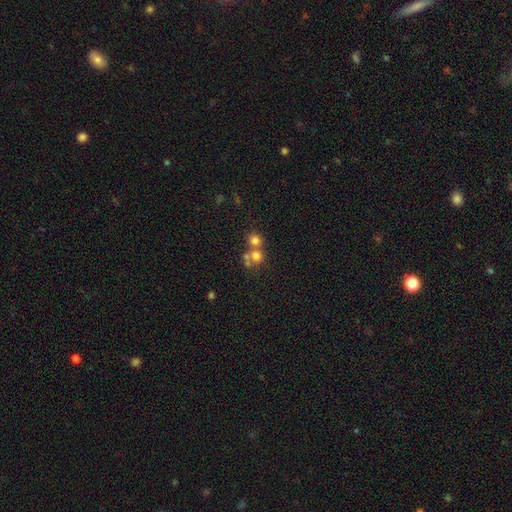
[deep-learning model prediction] Overall: smooth (70%). How rounded: round (85%). Merging: merger (47%; none 43%).